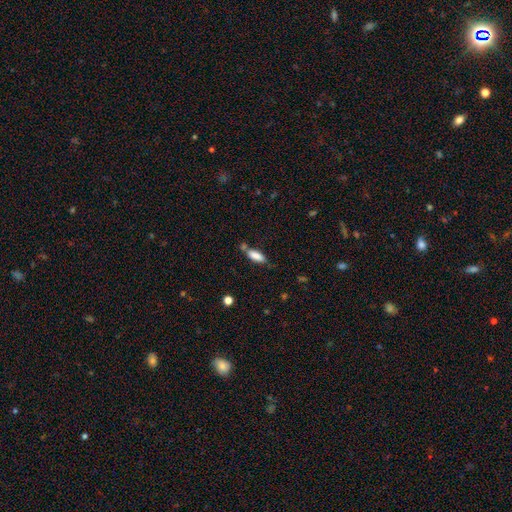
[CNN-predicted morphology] smooth-or-featured: smooth: 83% | featured or disk: 10% | star or artifact: 7%
  how-rounded: in between: 67% | cigar-shaped: 31% | round: 2%
  merging: none: 60% | minor disturbance: 21% | merger: 13% | major disturbance: 6%